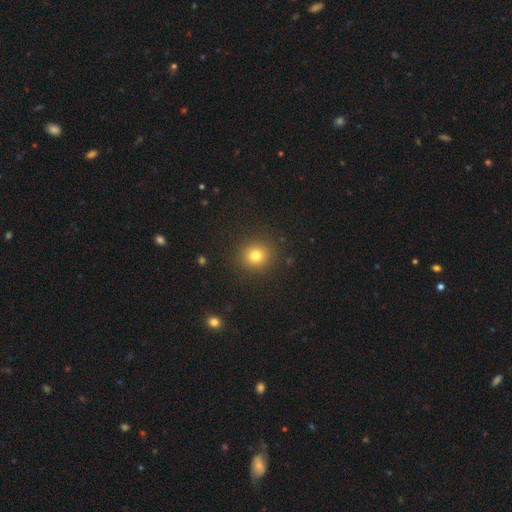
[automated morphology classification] A smooth galaxy with no disk features (78%) that is round (90%).

Vote fractions:
- Smooth or featured? smooth: 78% / star or artifact: 14% / featured or disk: 8%
- How rounded? round: 90% / in between: 9% / cigar-shaped: 1%
- Merging? none: 90% / minor disturbance: 6% / major disturbance: 3% / merger: 1%